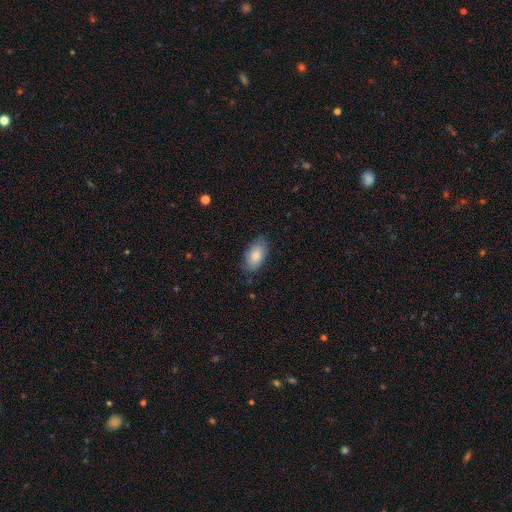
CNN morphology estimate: This appears to be a smooth galaxy with no disk features (85%) that is in between round and cigar-shaped (94%). Merging: none (80%).